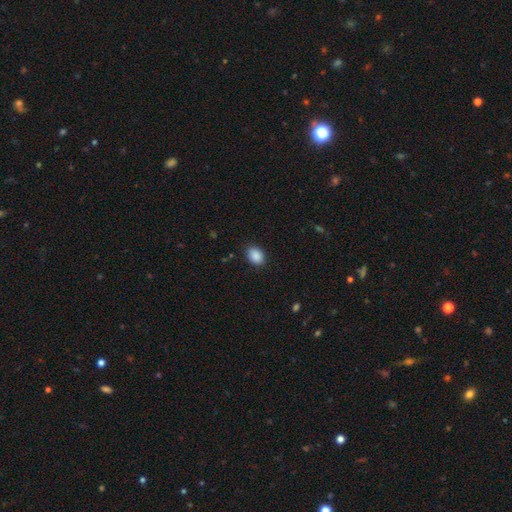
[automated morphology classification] This appears to be a smooth galaxy with no disk features (89%) that is in between round and cigar-shaped (72%). Merging: none (86%).